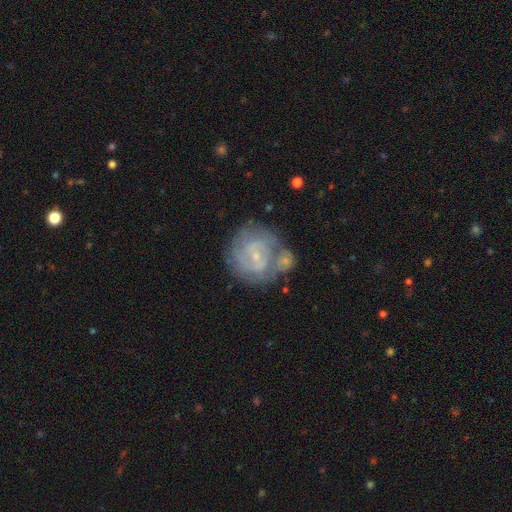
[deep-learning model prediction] Smooth or featured? Predicted: featured or disk (p=0.70). Edge-on disk? Predicted: no (p=0.97). Bar? Predicted: no (p=0.45). Spiral arms? Predicted: yes (p=0.78). Spiral winding? Predicted: tight (p=0.58). Spiral arm count? Predicted: can't tell (p=0.45). Bulge size? Predicted: small (p=0.79). Merging? Predicted: none (p=0.47).